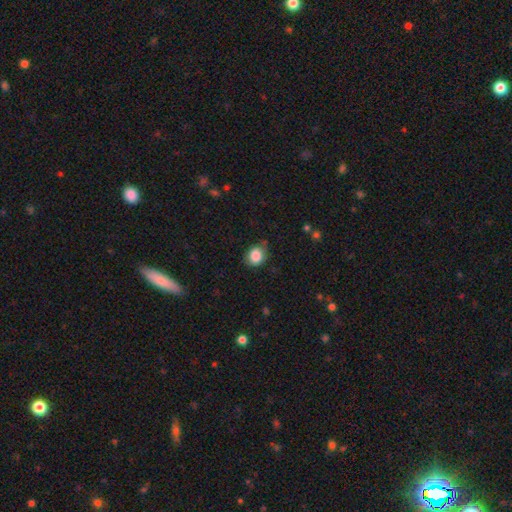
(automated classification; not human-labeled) Smooth or featured?
  - smooth: 86% *
  - star or artifact: 8%
  - featured or disk: 5%
How rounded?
  - round: 61% *
  - in between: 38%
  - cigar-shaped: 1%
Merging?
  - none: 73% *
  - minor disturbance: 20%
  - major disturbance: 5%
  - merger: 2%